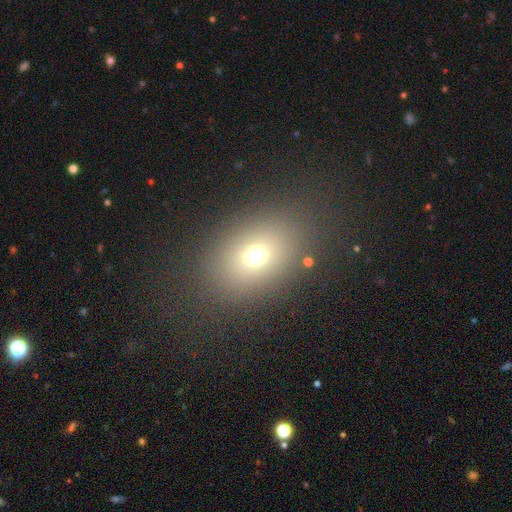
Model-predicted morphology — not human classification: This is likely a smooth galaxy (69%). How rounded: likely in between (65%). Merging: clearly none (80%).